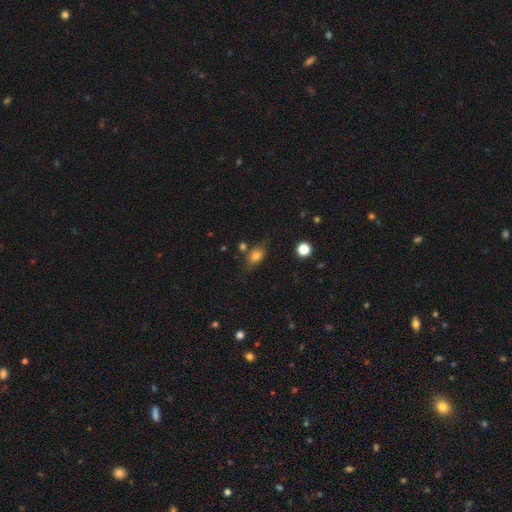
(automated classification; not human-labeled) smooth-or-featured: smooth: 74% | featured or disk: 14% | star or artifact: 11%
  how-rounded: in between: 76% | round: 20% | cigar-shaped: 4%
  merging: none: 63% | minor disturbance: 21% | merger: 8% | major disturbance: 7%